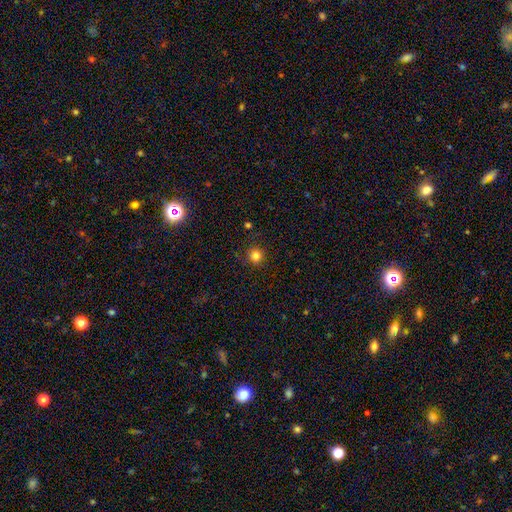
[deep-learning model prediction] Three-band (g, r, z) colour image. It shows a smooth galaxy with no disk features (82%) that is round (95%). Merging: none (89%).